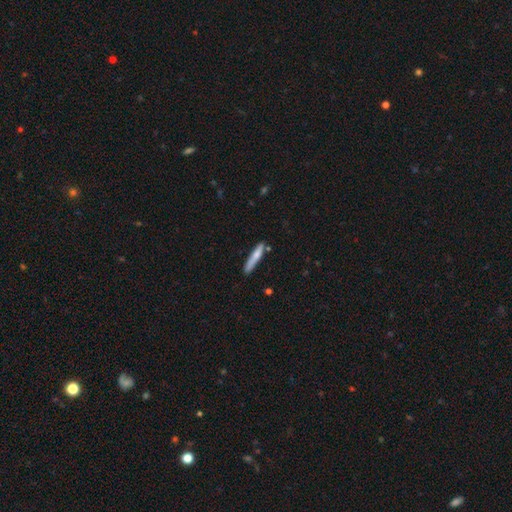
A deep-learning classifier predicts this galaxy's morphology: This is likely a smooth galaxy (69%). How rounded: clearly cigar-shaped (91%). Merging: likely none (75%).